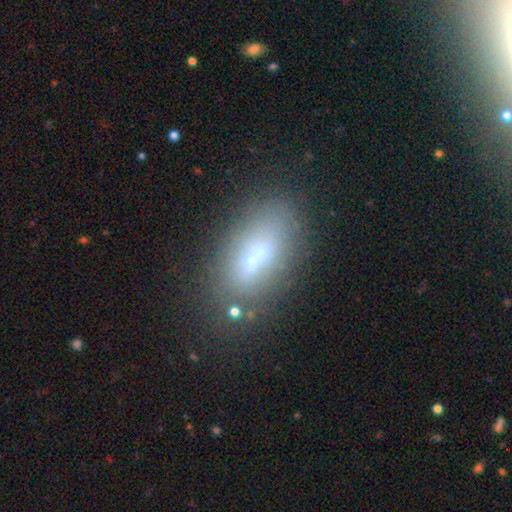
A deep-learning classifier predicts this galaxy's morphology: The model was most divided on "smooth or featured": smooth: 61%, featured or disk: 26%, star or artifact: 13%. More confident: how rounded — in between (83%); merging — none (60%).